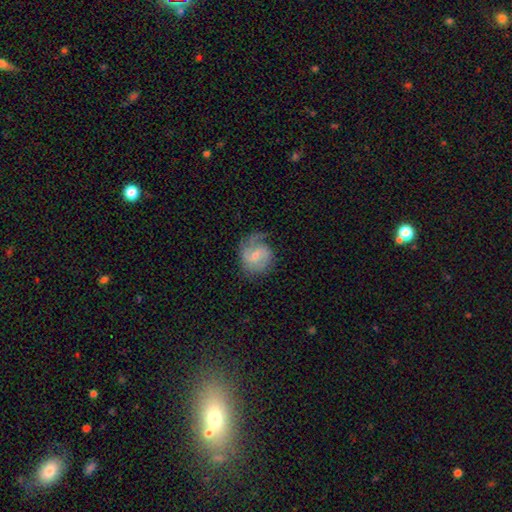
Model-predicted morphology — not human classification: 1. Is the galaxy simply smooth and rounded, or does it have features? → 70% featured or disk, 24% smooth, 6% star or artifact.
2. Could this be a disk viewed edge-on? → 98% no, 2% yes.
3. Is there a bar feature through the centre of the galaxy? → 57% weak, 31% no, 12% strong.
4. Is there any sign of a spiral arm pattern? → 91% yes, 9% no.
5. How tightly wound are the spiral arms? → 45% medium, 30% tight, 25% loose.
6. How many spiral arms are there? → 50% 2, 24% 1, 15% can't tell, 7% 3, 2% 4, 2% more than 4.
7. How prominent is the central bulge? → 57% small, 36% moderate, 5% none, 2% large, 1% dominant.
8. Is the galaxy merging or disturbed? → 55% none, 25% minor disturbance, 18% major disturbance, 2% merger.